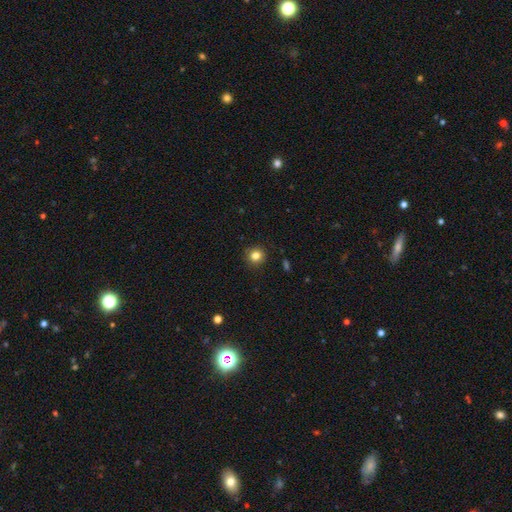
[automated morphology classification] smooth_or_featured: smooth (p=0.83) [alt: star or artifact p=0.12]
how_rounded: round (p=0.90) [alt: in between p=0.09]
merging: none (p=0.91) [alt: minor disturbance p=0.07]